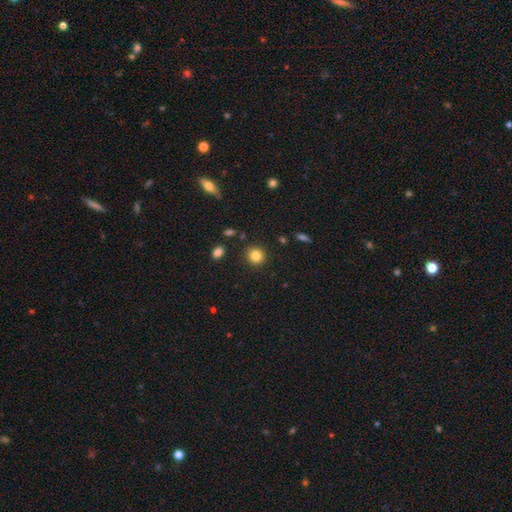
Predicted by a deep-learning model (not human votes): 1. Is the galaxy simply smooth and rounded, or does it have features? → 84% smooth, 11% star or artifact, 6% featured or disk.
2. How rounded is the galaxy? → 89% round, 10% in between, 1% cigar-shaped.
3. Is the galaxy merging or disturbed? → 89% none, 7% minor disturbance, 2% major disturbance, 2% merger.